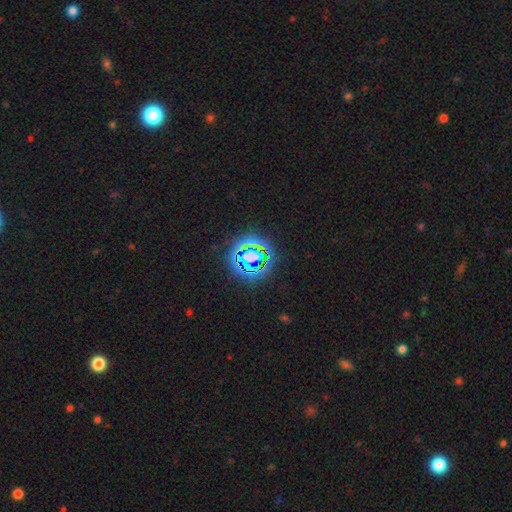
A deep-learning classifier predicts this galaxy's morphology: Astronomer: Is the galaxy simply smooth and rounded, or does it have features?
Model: star or artifact — 68%.